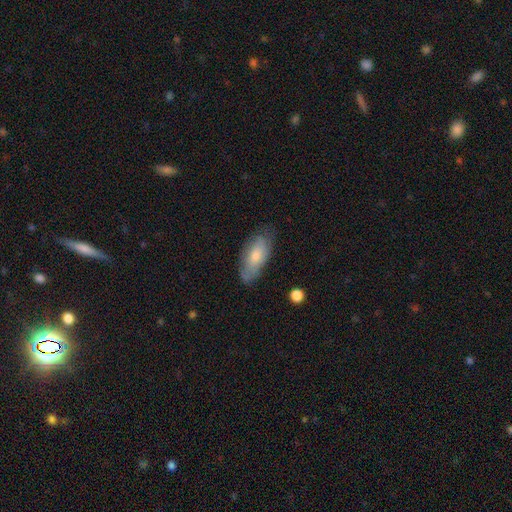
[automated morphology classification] The model was most divided on "smooth or featured": smooth: 62%, featured or disk: 32%, star or artifact: 7%. More confident: how rounded — in between (80%); merging — none (71%).